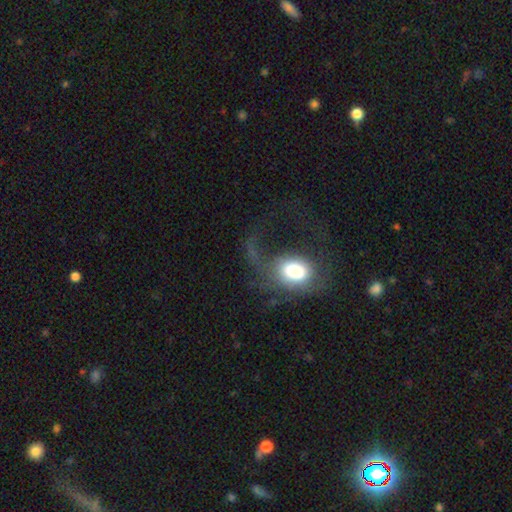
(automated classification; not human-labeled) Smooth or featured: smooth — 49% (featured or disk — 38%)
Merging: major disturbance — 52% (none — 29%)